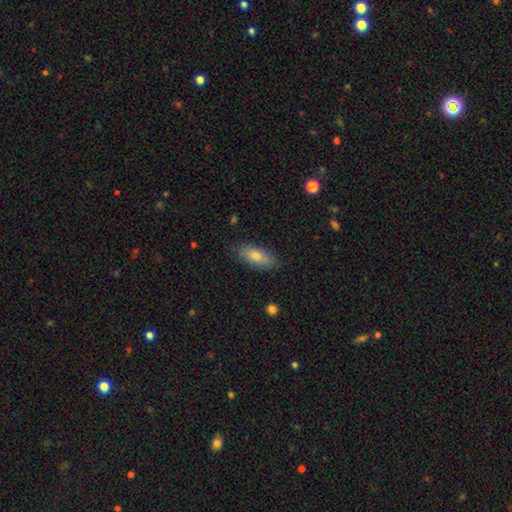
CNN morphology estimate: The model was most divided on "how rounded": in between: 76%, cigar-shaped: 21%, round: 3%. More confident: merging — none (86%); smooth or featured — smooth (76%).